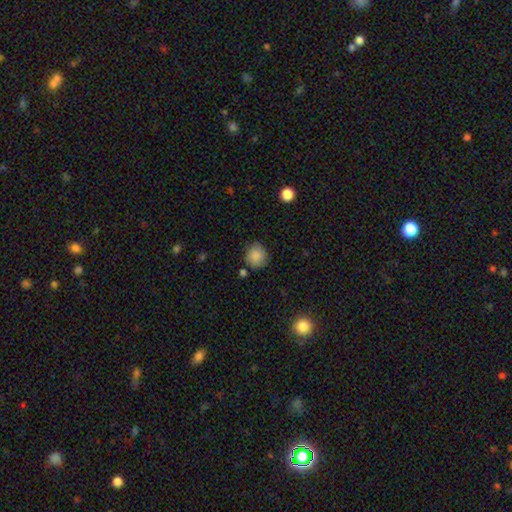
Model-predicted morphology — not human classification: A smooth galaxy with no disk features (86%) that is round (88%).

Vote fractions:
- Smooth or featured? smooth: 86% / star or artifact: 9% / featured or disk: 5%
- How rounded? round: 88% / in between: 11% / cigar-shaped: 1%
- Merging? none: 80% / minor disturbance: 13% / merger: 4% / major disturbance: 3%